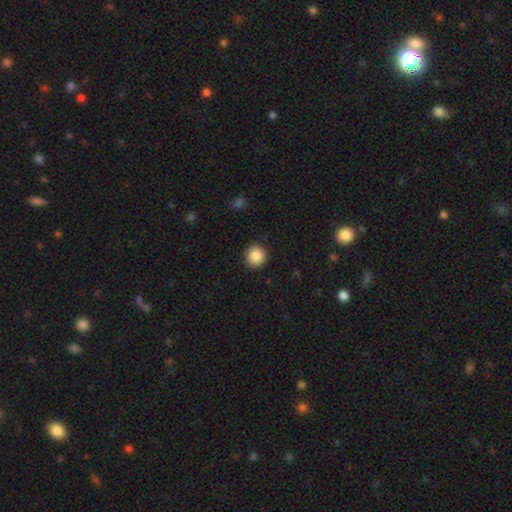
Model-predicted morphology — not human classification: smooth-or-featured: smooth: 87% | star or artifact: 9% | featured or disk: 4%
  how-rounded: round: 91% | in between: 8% | cigar-shaped: 1%
  merging: none: 91% | minor disturbance: 6% | major disturbance: 2% | merger: 1%